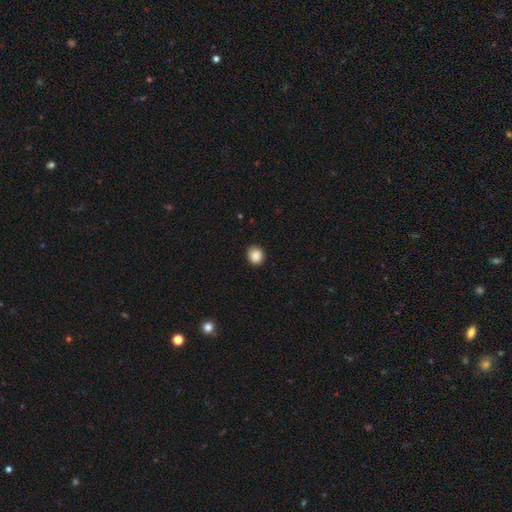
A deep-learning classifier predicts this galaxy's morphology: Smooth or featured?
  - smooth: 88% *
  - star or artifact: 9%
  - featured or disk: 3%
How rounded?
  - round: 80% *
  - in between: 19%
  - cigar-shaped: 1%
Merging?
  - none: 89% *
  - minor disturbance: 8%
  - major disturbance: 2%
  - merger: 1%